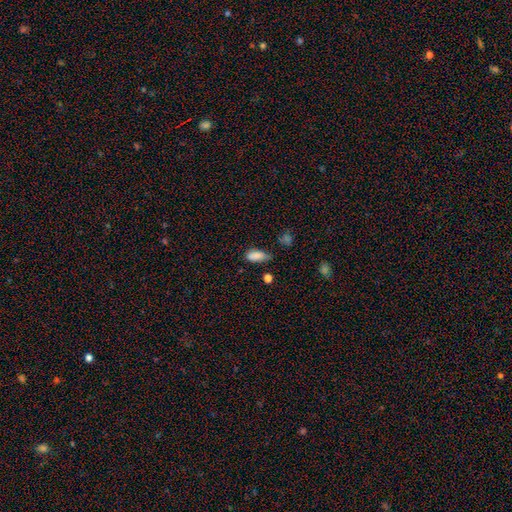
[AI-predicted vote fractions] smooth 85%, star or artifact 9%, featured or disk 6%. Down the decision tree: how rounded — in between (84%); merging — none (51%).